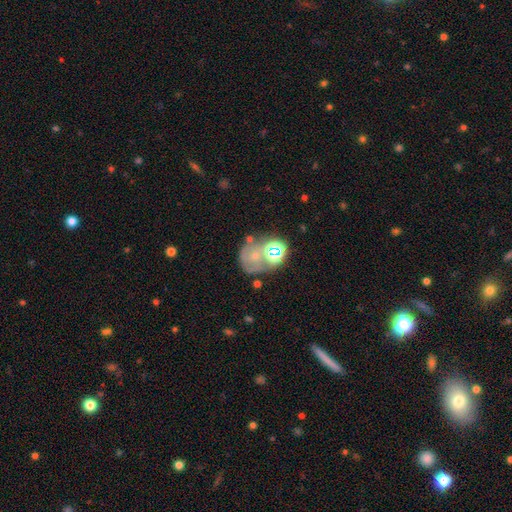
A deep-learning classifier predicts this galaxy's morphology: Smooth or featured: featured or disk — 42% (smooth — 34%)
Merging: none — 43% (merger — 22%)